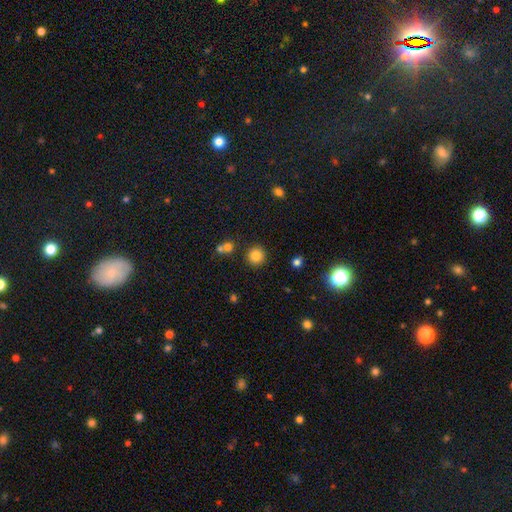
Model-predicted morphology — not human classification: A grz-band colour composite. It shows a smooth galaxy with no disk features (83%) that is round (93%). Merging: none (85%).